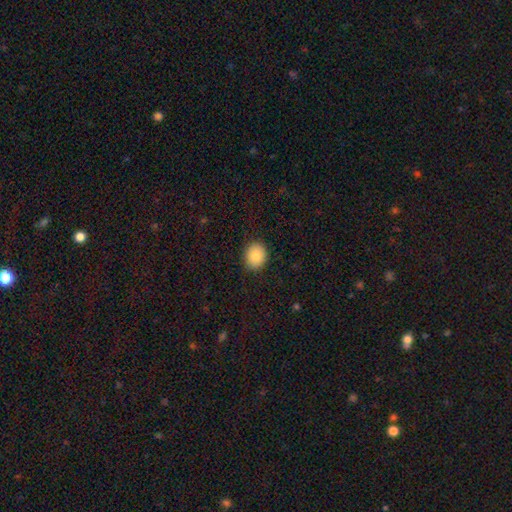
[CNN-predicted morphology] Q: Smooth or featured?
A: smooth (85%); runner-up: star or artifact (8%)
Q: How rounded?
A: round (61%); runner-up: in between (38%)
Q: Merging?
A: none (89%); runner-up: minor disturbance (8%)